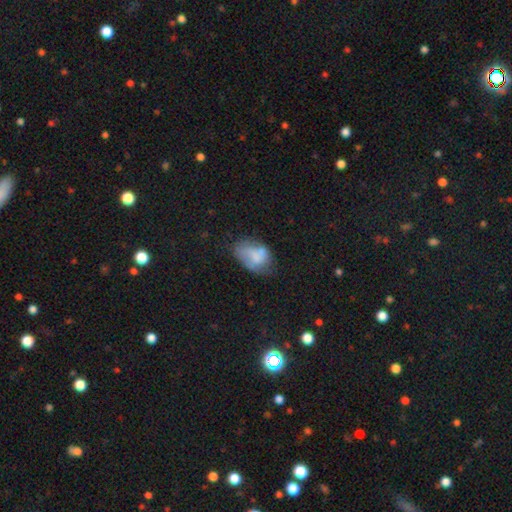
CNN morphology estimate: This is possibly a smooth galaxy (59%). How rounded: clearly in between (84%). Merging: marginally none (39%).